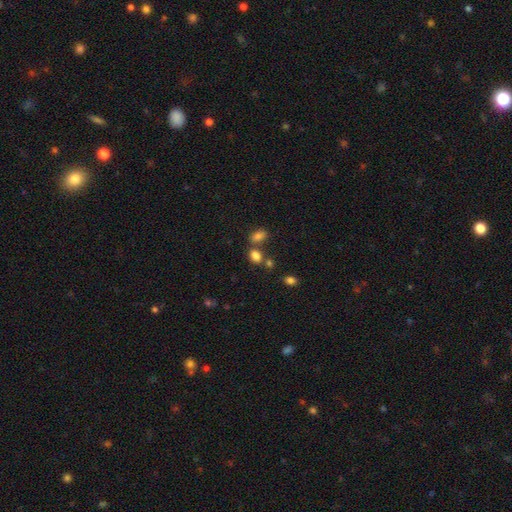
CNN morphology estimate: Smooth or featured: smooth — 82% (star or artifact — 12%)
How rounded: in between — 72% (round — 26%)
Merging: none — 58% (merger — 25%)